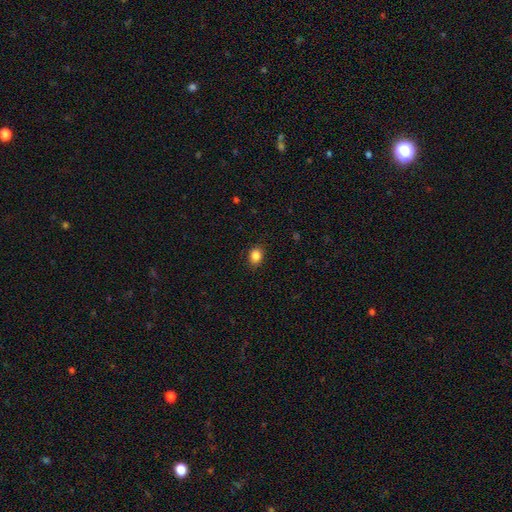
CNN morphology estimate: type=smooth (86%); roundness=in between (60%); merging=none (87%).